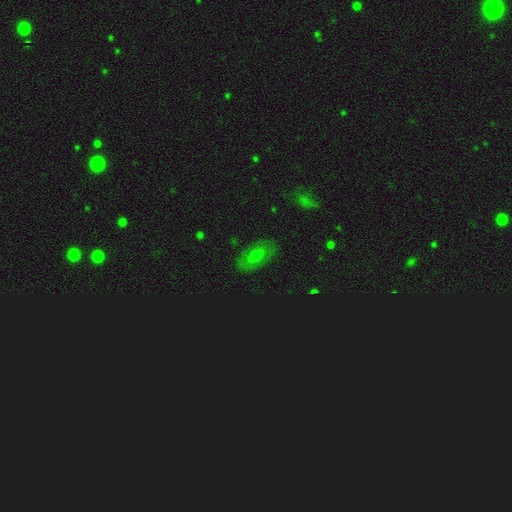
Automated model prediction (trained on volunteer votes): Q: Smooth or featured?
A: smooth (40%); runner-up: star or artifact (31%)
Q: Merging?
A: none (82%); runner-up: minor disturbance (13%)